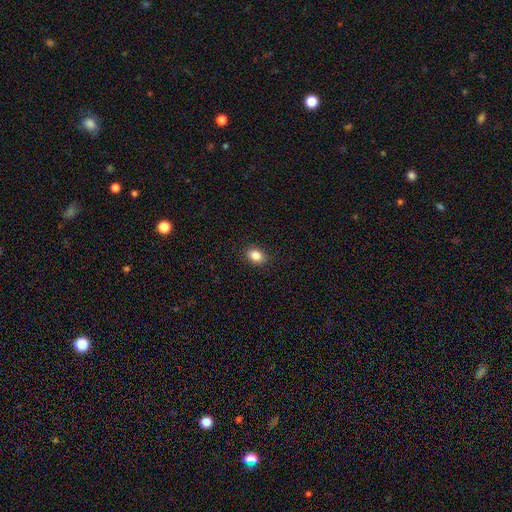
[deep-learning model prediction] Smooth or featured?
  - smooth: 86% *
  - star or artifact: 9%
  - featured or disk: 5%
How rounded?
  - in between: 70% *
  - round: 29%
  - cigar-shaped: 1%
Merging?
  - none: 88% *
  - minor disturbance: 9%
  - major disturbance: 2%
  - merger: 1%